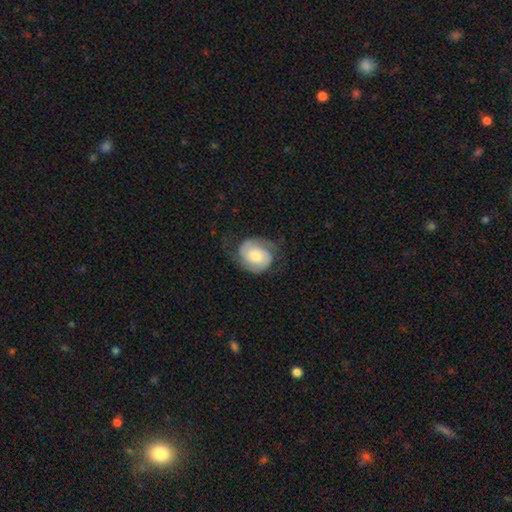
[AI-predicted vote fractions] A featured or disk galaxy (71%) with no bar (67%), 2 (85%) tight (44%) spiral arms (94%) and a moderate central bulge (51%).

Vote fractions:
- Smooth or featured? featured or disk: 71% / smooth: 23% / star or artifact: 6%
- Edge-on disk? no: 98% / yes: 2%
- Bar? no: 67% / weak: 28% / strong: 6%
- Spiral arms? yes: 94% / no: 6%
- Spiral winding? tight: 44% / medium: 41% / loose: 15%
- Spiral arm count? 2: 85% / can't tell: 7% / 1: 3% / 3: 2% / 4: 1% / more than 4: 1%
- Bulge size? moderate: 51% / small: 31% / large: 12% / none: 4% / dominant: 2%
- Merging? none: 65% / minor disturbance: 21% / major disturbance: 12% / merger: 1%